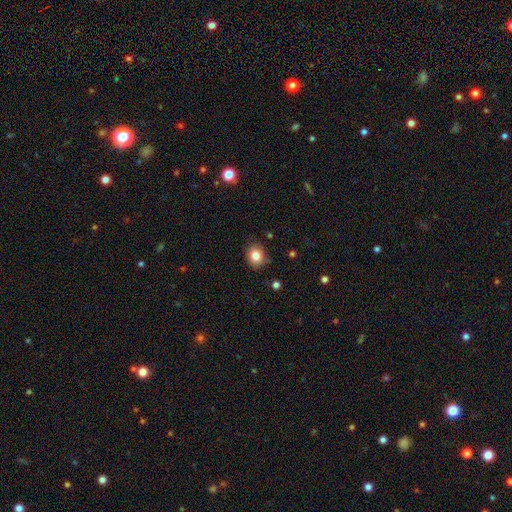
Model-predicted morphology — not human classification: Smooth or featured? smooth (84%)
How rounded? round (70%)
Merging? none (79%)